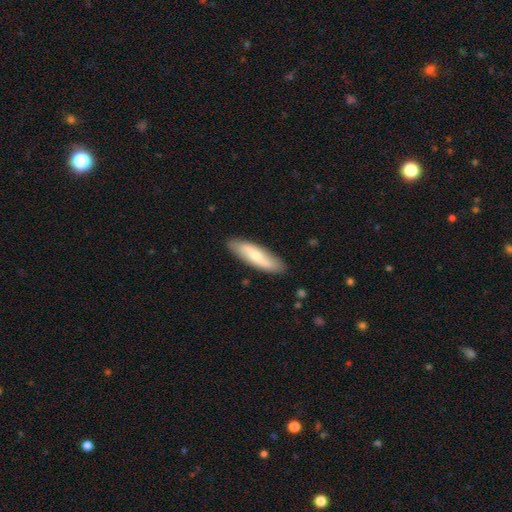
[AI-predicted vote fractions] This is likely a smooth galaxy (61%). How rounded: possibly cigar-shaped (59%). Merging: clearly none (87%).